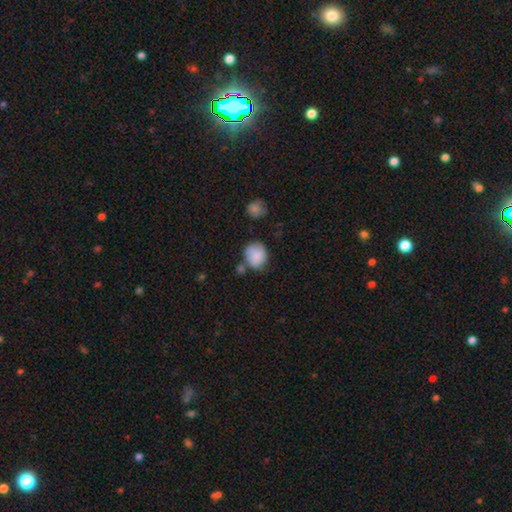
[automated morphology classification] type=smooth (83%); roundness=round (70%); merging=none (59%).